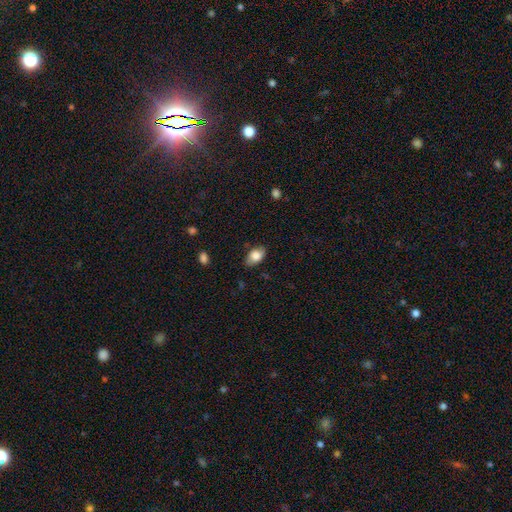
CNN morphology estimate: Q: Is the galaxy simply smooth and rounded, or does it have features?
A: smooth — 81%.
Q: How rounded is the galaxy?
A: in between — 89%.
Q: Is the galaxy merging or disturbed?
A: none — 80%.